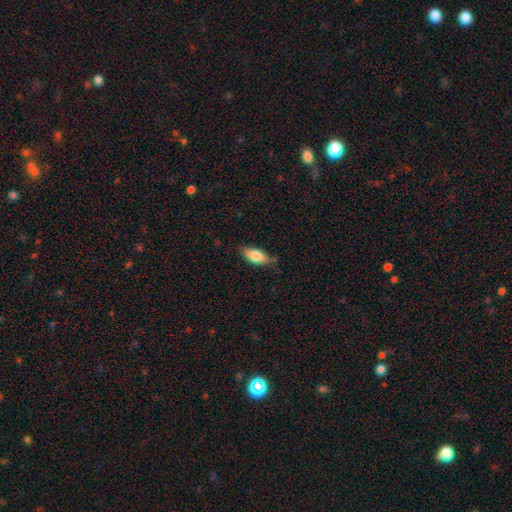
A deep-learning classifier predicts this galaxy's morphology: The model was most divided on "merging": none: 73%, minor disturbance: 22%, major disturbance: 4%, merger: 2%. More confident: how rounded — in between (83%); smooth or featured — smooth (79%).